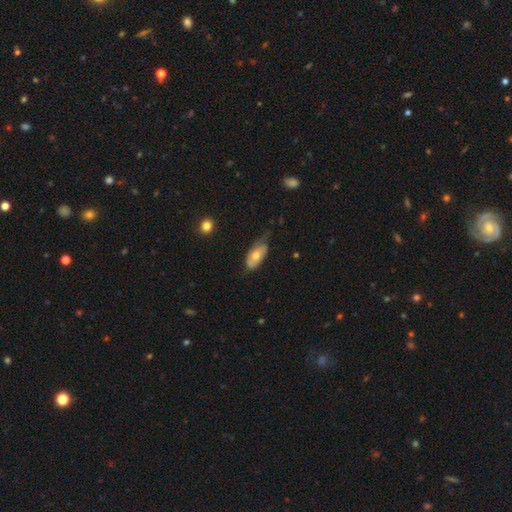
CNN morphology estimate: The model was most divided on "merging": none: 44%, minor disturbance: 39%, major disturbance: 15%, merger: 2%. More confident: how rounded — in between (89%); smooth or featured — smooth (52%).